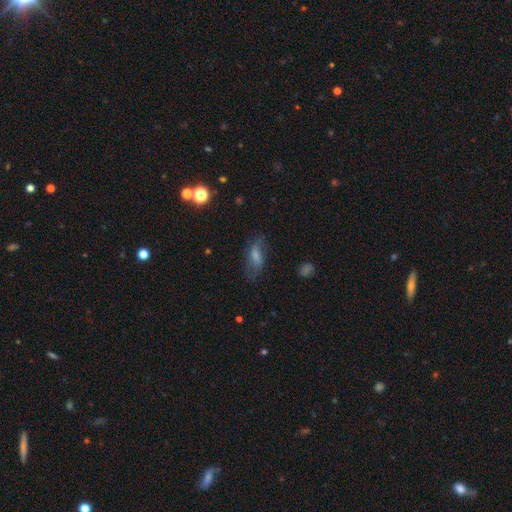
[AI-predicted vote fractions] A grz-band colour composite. It shows a smooth galaxy with no disk features (58%) that is in between round and cigar-shaped (77%). Merging: none (58%).